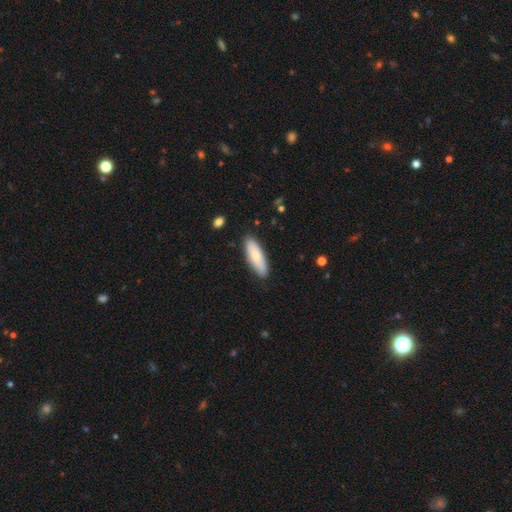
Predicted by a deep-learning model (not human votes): smooth_or_featured: smooth (p=0.73) [alt: featured or disk p=0.22]
how_rounded: in between (p=0.58) [alt: cigar-shaped p=0.40]
merging: none (p=0.87) [alt: minor disturbance p=0.10]